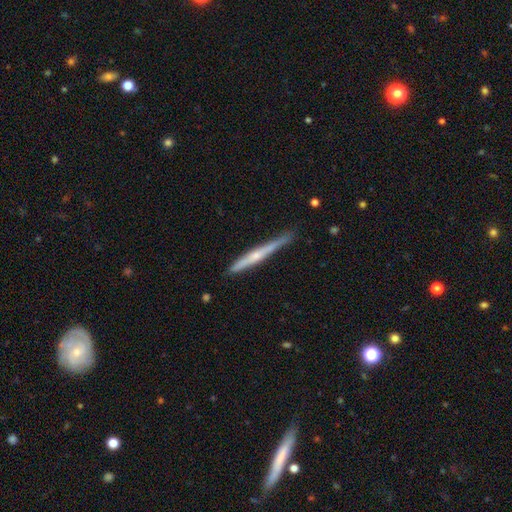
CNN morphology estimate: This appears to be a featured or disk galaxy (61%) viewed edge-on (97%) with a rounded central bulge (62%). Merging: none (81%).